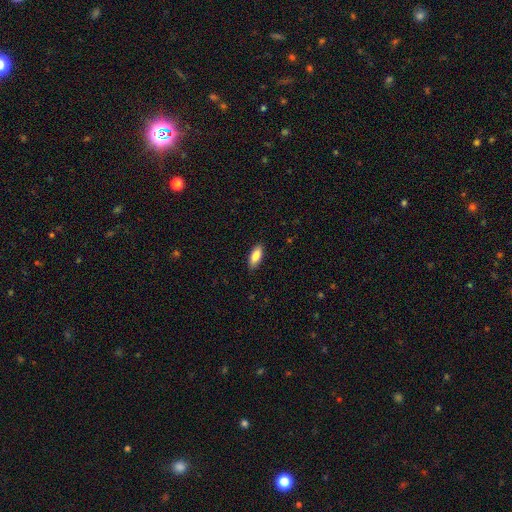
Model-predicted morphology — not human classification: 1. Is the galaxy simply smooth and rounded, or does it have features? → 86% smooth, 8% featured or disk, 6% star or artifact.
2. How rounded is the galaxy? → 80% in between, 18% cigar-shaped, 2% round.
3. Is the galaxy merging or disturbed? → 88% none, 10% minor disturbance, 2% major disturbance, 1% merger.